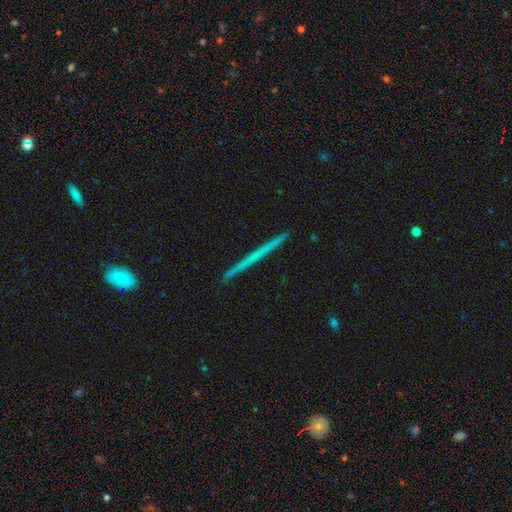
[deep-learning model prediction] featured or disk 56%, smooth 38%, star or artifact 6%. Down the decision tree: edge-on disk — yes (98%); edge-on bulge — none (92%); merging — none (92%).